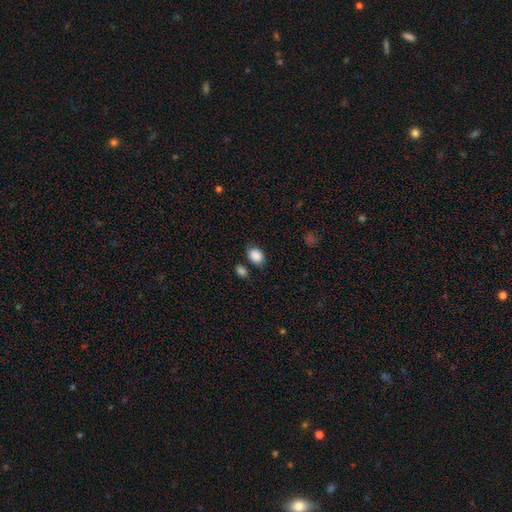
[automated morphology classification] Smooth or featured?
  - smooth: 89% *
  - star or artifact: 8%
  - featured or disk: 4%
How rounded?
  - in between: 71% *
  - round: 28%
  - cigar-shaped: 1%
Merging?
  - none: 74% *
  - minor disturbance: 15%
  - merger: 6%
  - major disturbance: 4%